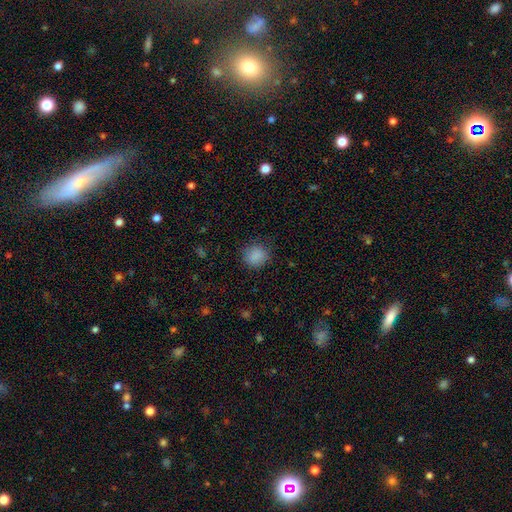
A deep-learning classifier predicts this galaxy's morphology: The model was most divided on "how rounded": round: 84%, in between: 15%, cigar-shaped: 1%. More confident: smooth or featured — smooth (87%); merging — none (83%).